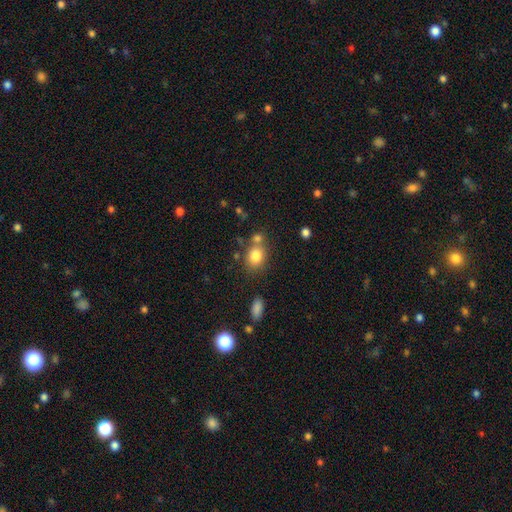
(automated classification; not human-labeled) smooth_or_featured: smooth (p=0.81) [alt: star or artifact p=0.10]
how_rounded: in between (p=0.51) [alt: round p=0.48]
merging: none (p=0.60) [alt: merger p=0.22]